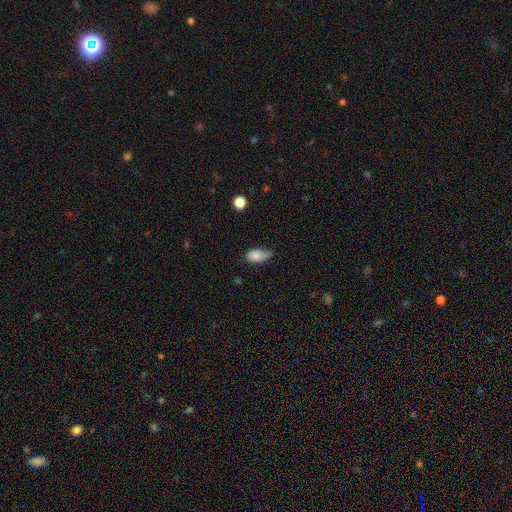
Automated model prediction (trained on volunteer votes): The model was most divided on "merging": minor disturbance: 46%, none: 41%, major disturbance: 12%, merger: 2%. More confident: how rounded — in between (90%); smooth or featured — smooth (83%).